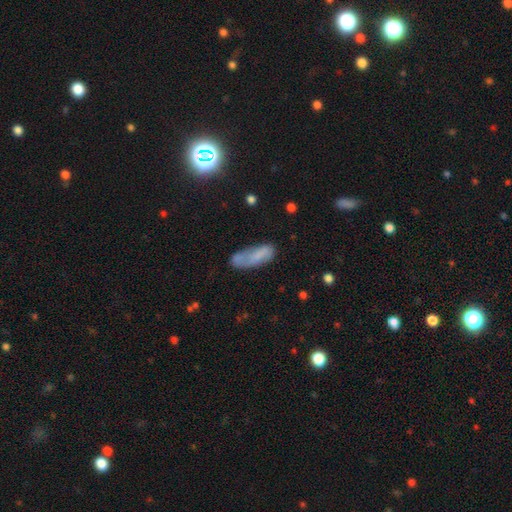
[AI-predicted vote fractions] Morphology: type=smooth (60%); roundness=in between (64%); merging=none (54%).